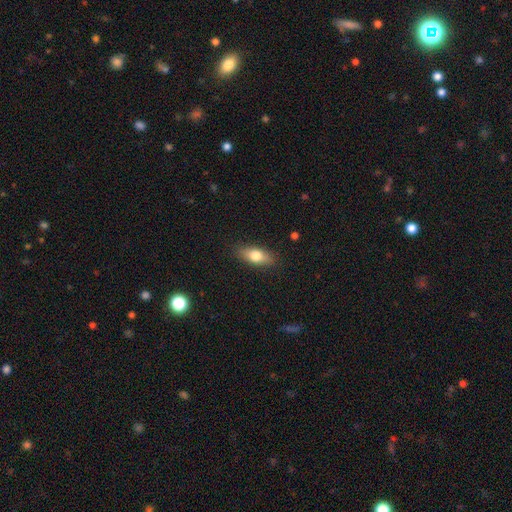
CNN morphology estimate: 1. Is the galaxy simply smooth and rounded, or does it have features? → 73% smooth, 20% featured or disk, 7% star or artifact.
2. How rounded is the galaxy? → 76% in between, 19% cigar-shaped, 5% round.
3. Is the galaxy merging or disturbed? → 86% none, 10% minor disturbance, 2% major disturbance, 1% merger.